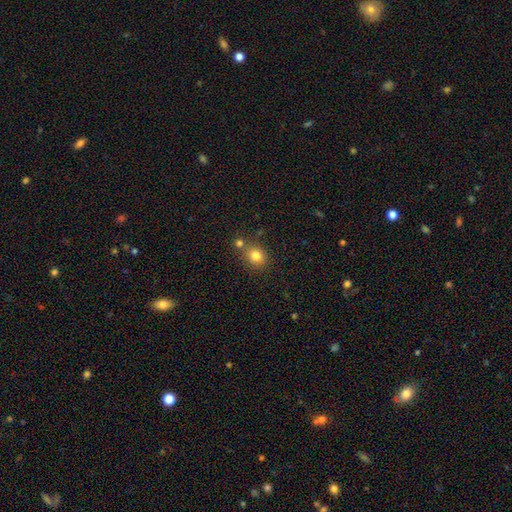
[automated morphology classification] This appears to be a smooth galaxy with no disk features (81%) that is round (74%). Merging: none (68%).